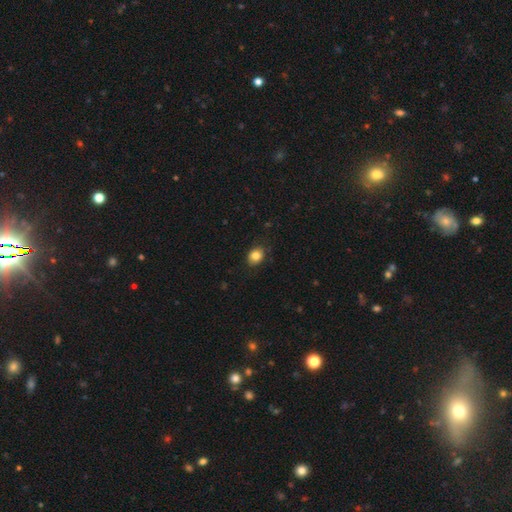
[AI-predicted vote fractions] smooth-or-featured: smooth: 83% | star or artifact: 9% | featured or disk: 7%
  how-rounded: round: 51% | in between: 48% | cigar-shaped: 1%
  merging: none: 82% | minor disturbance: 14% | major disturbance: 3% | merger: 1%